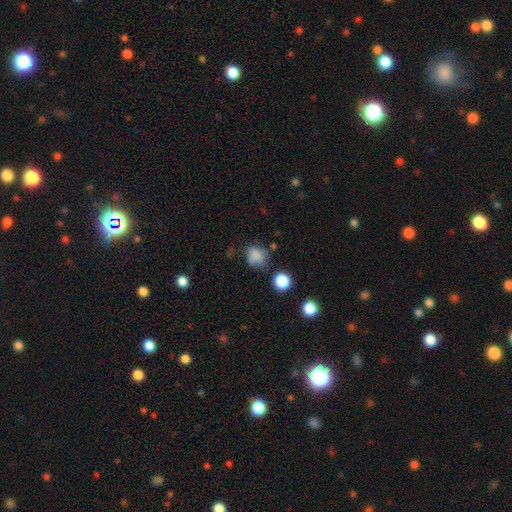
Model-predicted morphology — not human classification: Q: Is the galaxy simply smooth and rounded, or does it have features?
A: smooth — 79%.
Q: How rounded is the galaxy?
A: round — 68%.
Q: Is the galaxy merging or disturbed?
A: none — 60%.